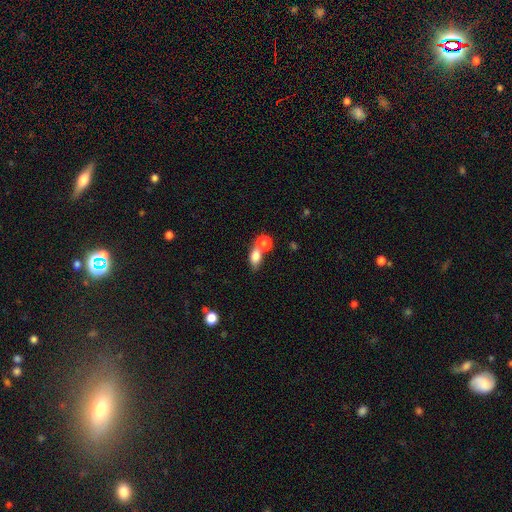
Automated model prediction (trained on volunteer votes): Q: Smooth or featured?
A: smooth (78%); runner-up: star or artifact (11%)
Q: How rounded?
A: in between (71%); runner-up: round (25%)
Q: Merging?
A: none (43%); runner-up: merger (41%)